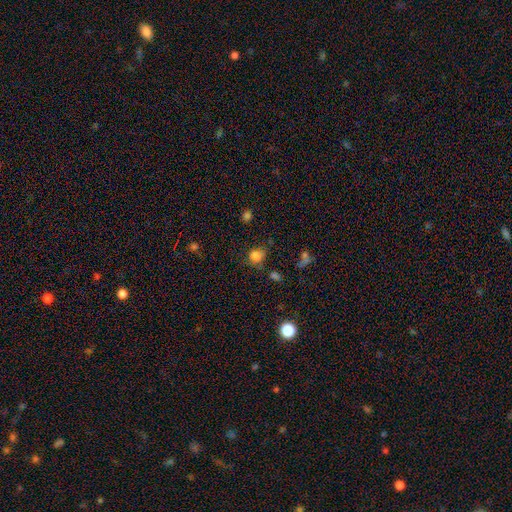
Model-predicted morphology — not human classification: This appears to be a smooth galaxy with no disk features (79%) that is round (68%). Merging: none (63%).